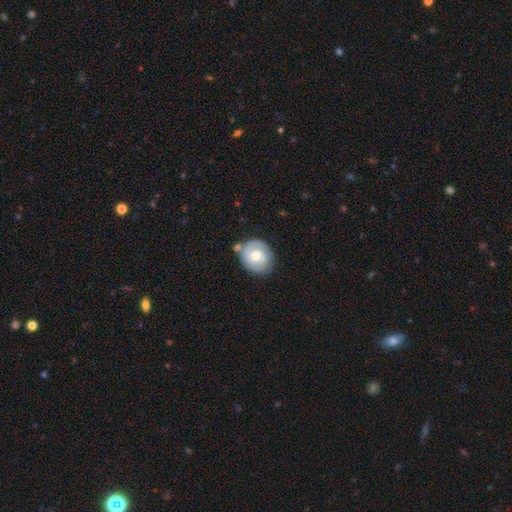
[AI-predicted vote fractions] A featured or disk galaxy (59%) with no bar (63%), spiral arms (75%) and a moderate central bulge (72%). Merging: none (68%).